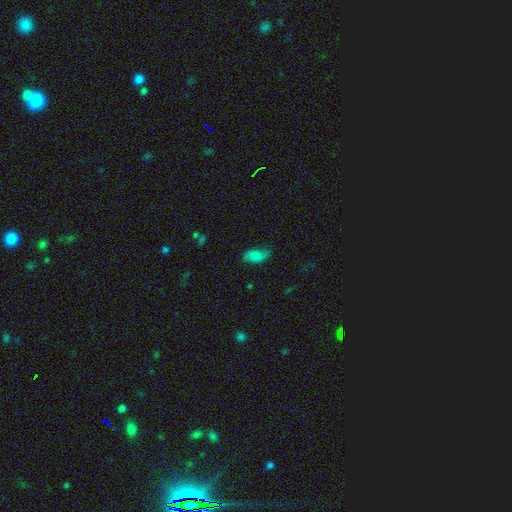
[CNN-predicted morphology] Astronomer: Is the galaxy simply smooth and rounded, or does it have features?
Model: smooth — 62%.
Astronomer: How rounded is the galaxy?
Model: in between — 91%.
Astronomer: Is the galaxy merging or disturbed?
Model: none — 62%.